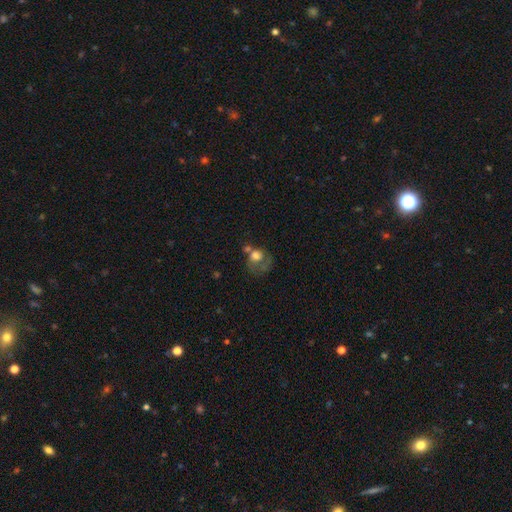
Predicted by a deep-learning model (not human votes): smooth_or_featured: smooth (p=0.62) [alt: featured or disk p=0.28]
how_rounded: round (p=0.62) [alt: in between p=0.37]
merging: major disturbance (p=0.33) [alt: merger p=0.26]